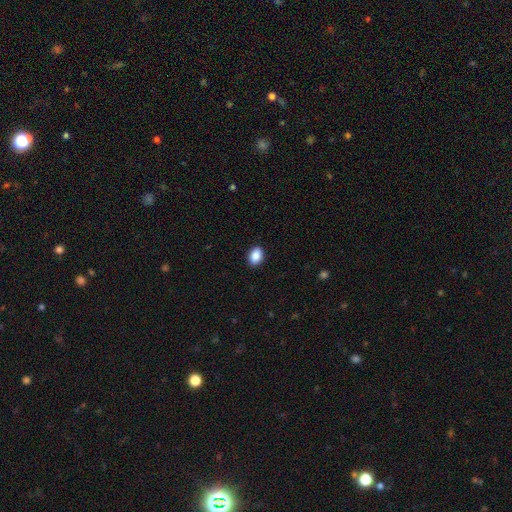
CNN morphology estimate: Smooth or featured? Predicted: smooth (p=0.89). How rounded? Predicted: in between (p=0.83). Merging? Predicted: none (p=0.90).